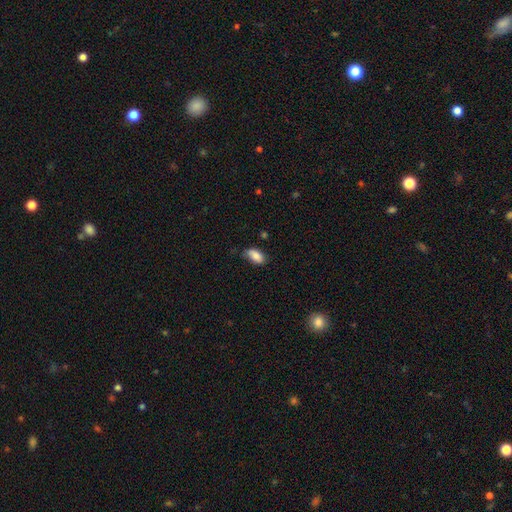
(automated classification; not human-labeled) Smooth or featured? Predicted: smooth (p=0.87). How rounded? Predicted: in between (p=0.92). Merging? Predicted: none (p=0.66).